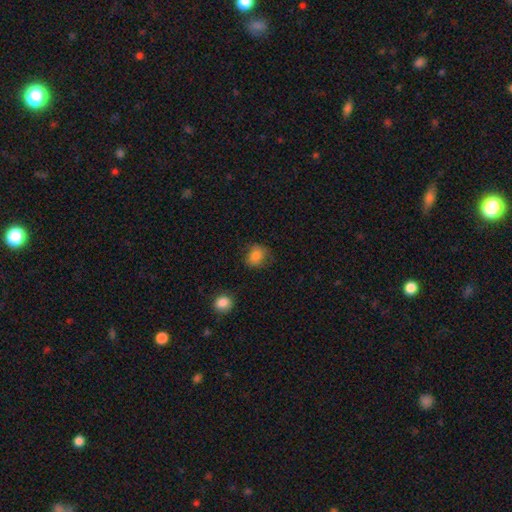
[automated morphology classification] Q: Smooth or featured?
A: smooth (84%); runner-up: star or artifact (10%)
Q: How rounded?
A: round (71%); runner-up: in between (28%)
Q: Merging?
A: none (72%); runner-up: minor disturbance (20%)